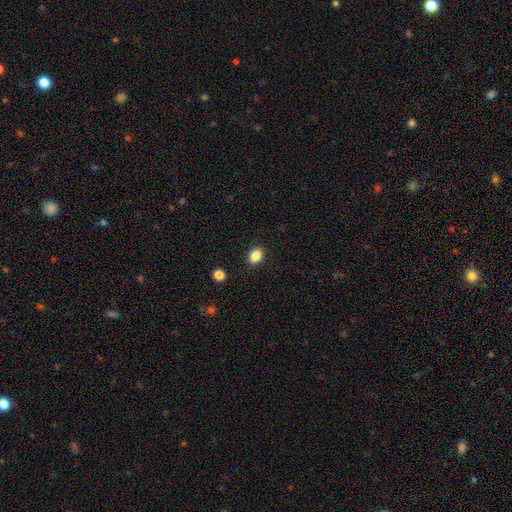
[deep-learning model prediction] smooth-or-featured: smooth: 87% | star or artifact: 9% | featured or disk: 4%
  how-rounded: in between: 76% | round: 23% | cigar-shaped: 1%
  merging: none: 88% | minor disturbance: 8% | major disturbance: 2% | merger: 1%